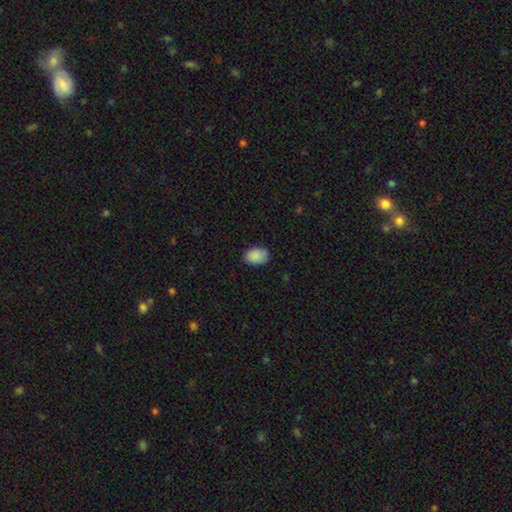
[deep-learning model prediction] The model was most divided on "how rounded": in between: 80%, round: 19%, cigar-shaped: 1%. More confident: smooth or featured — smooth (89%); merging — none (82%).